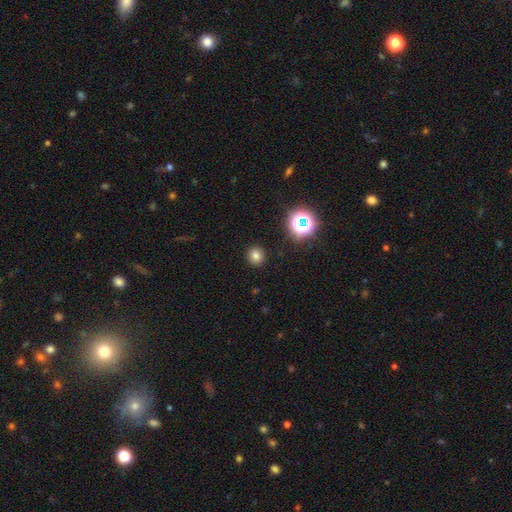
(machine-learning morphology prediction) Smooth or featured? Predicted: smooth (p=0.76). How rounded? Predicted: round (p=0.84). Merging? Predicted: none (p=0.90).